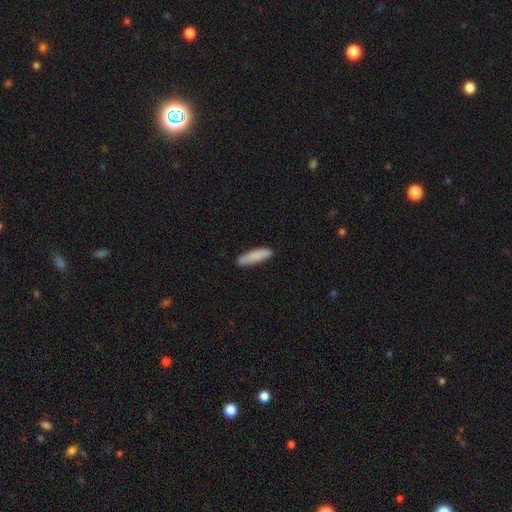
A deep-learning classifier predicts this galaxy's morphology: smooth_or_featured: smooth (p=0.87) [alt: featured or disk p=0.07]
how_rounded: cigar-shaped (p=0.73) [alt: in between p=0.25]
merging: none (p=0.87) [alt: minor disturbance p=0.10]